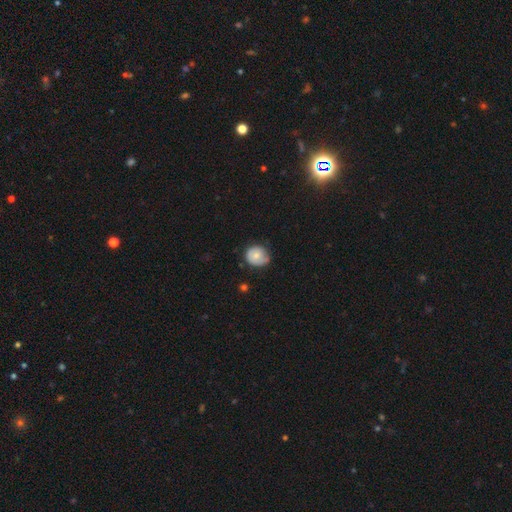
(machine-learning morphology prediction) type=smooth (65%); roundness=round (79%); merging=none (60%).